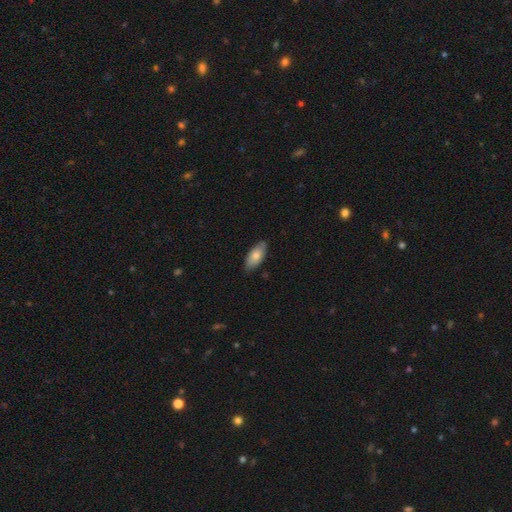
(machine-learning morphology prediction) smooth_or_featured: smooth (p=0.76) [alt: featured or disk p=0.19]
how_rounded: in between (p=0.88) [alt: cigar-shaped p=0.10]
merging: none (p=0.83) [alt: minor disturbance p=0.14]